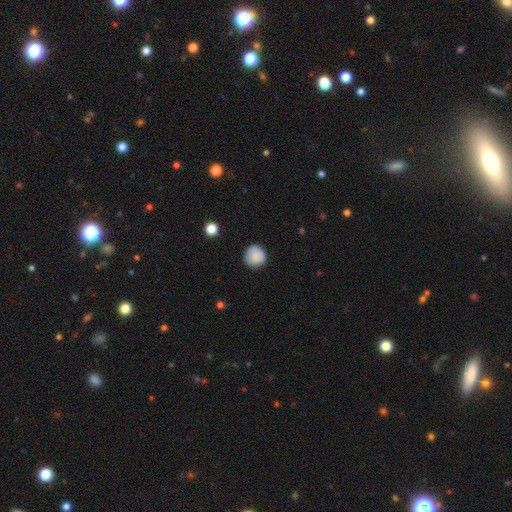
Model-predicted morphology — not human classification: The model was most divided on "merging": none: 87%, minor disturbance: 9%, major disturbance: 2%, merger: 1%. More confident: how rounded — round (94%); smooth or featured — smooth (88%).